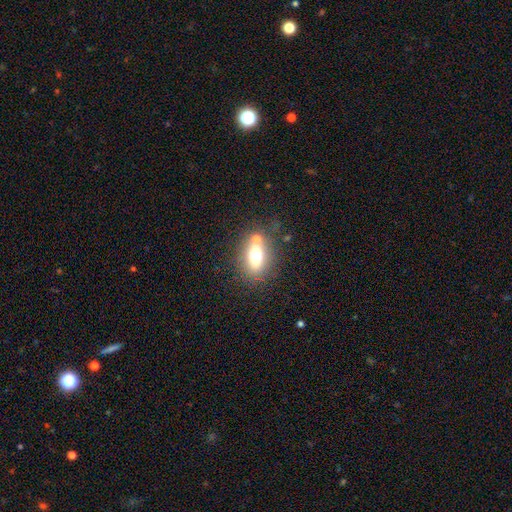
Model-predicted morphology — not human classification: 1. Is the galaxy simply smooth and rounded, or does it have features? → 65% smooth, 23% featured or disk, 12% star or artifact.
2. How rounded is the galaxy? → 75% in between, 19% round, 6% cigar-shaped.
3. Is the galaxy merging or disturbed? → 60% none, 20% merger, 14% minor disturbance, 6% major disturbance.